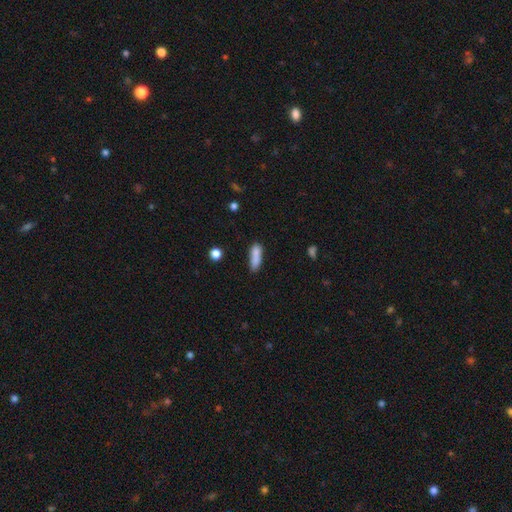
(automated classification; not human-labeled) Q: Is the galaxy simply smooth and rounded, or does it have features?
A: smooth — 81%.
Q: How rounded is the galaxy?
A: cigar-shaped — 54%.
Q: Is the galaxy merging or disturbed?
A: none — 53%.